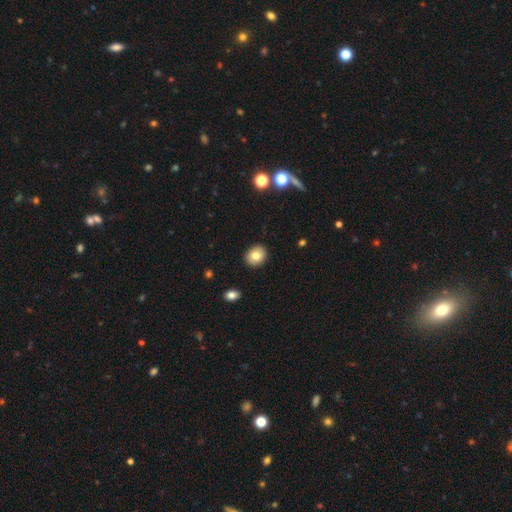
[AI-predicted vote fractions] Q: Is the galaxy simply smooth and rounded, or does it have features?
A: smooth — 80%.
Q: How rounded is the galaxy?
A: round — 65%.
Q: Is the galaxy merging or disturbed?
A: none — 90%.